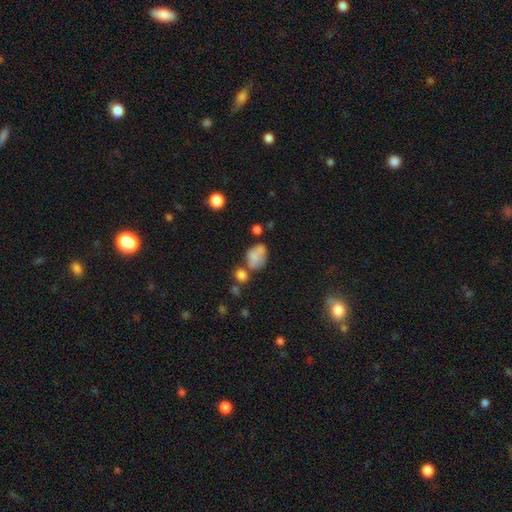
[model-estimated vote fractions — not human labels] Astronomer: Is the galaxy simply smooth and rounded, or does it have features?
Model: smooth — 69%.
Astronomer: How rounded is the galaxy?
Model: in between — 76%.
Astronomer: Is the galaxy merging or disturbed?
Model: merger — 31%, tied with none at 31%.